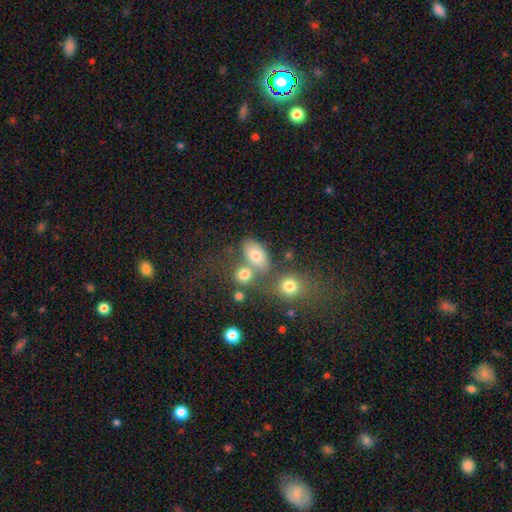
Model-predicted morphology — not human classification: This appears to be a smooth galaxy with no disk features (74%) that is in between round and cigar-shaped (73%). Merging: none (54%).